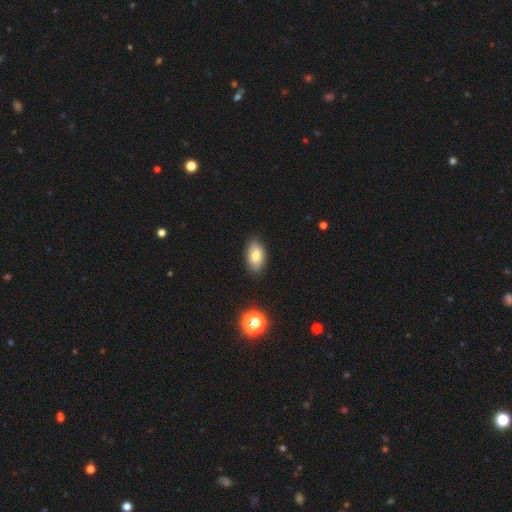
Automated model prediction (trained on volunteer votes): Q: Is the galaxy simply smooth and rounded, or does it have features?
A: smooth — 79%.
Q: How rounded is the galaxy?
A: in between — 92%.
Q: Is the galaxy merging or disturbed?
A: none — 85%.